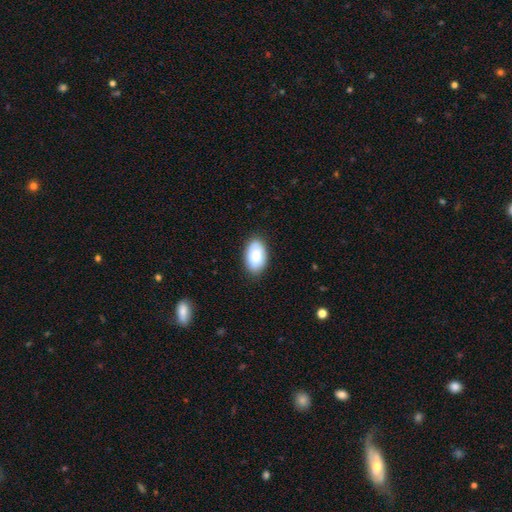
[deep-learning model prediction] smooth 84%, featured or disk 9%, star or artifact 6%. Down the decision tree: how rounded — in between (94%); merging — none (84%).